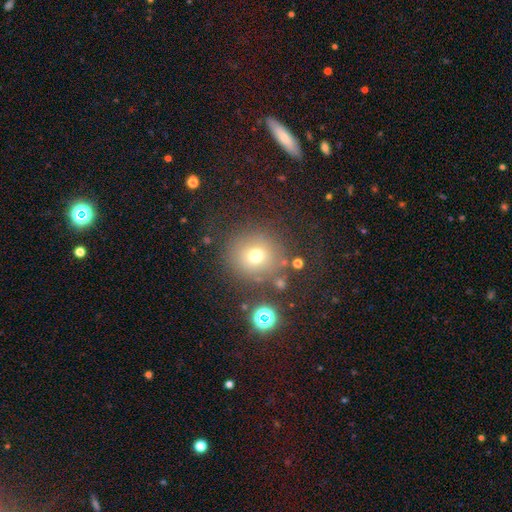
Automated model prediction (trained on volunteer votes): Morphology: type=smooth (68%); roundness=round (91%); merging=none (78%).